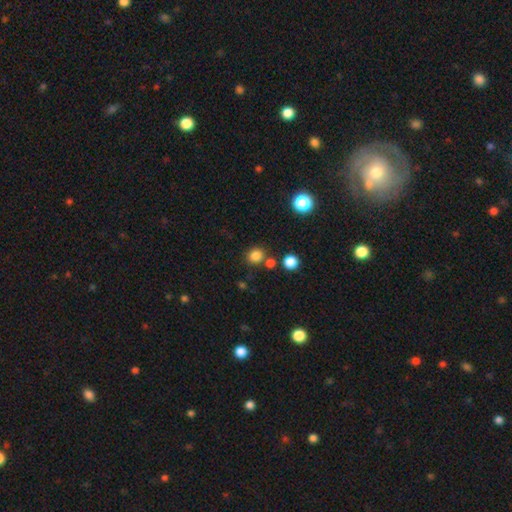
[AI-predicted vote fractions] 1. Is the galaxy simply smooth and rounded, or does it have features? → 81% smooth, 14% star or artifact, 5% featured or disk.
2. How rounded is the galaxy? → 85% round, 14% in between, 1% cigar-shaped.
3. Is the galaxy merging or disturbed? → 76% none, 12% merger, 8% minor disturbance, 3% major disturbance.